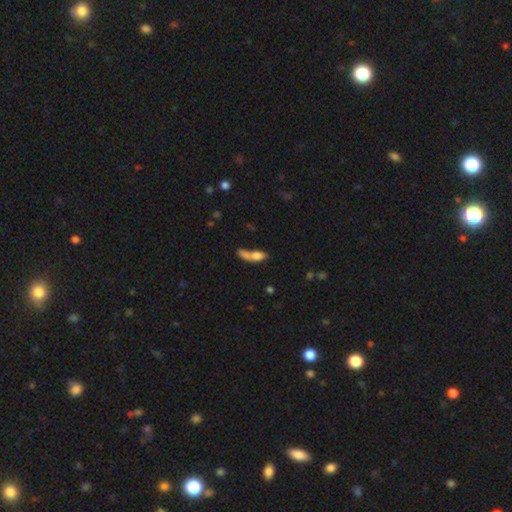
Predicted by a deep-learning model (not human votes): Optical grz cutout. It shows a smooth galaxy with no disk features (67%) that is in between round and cigar-shaped (54%). Merging: merger (42%).